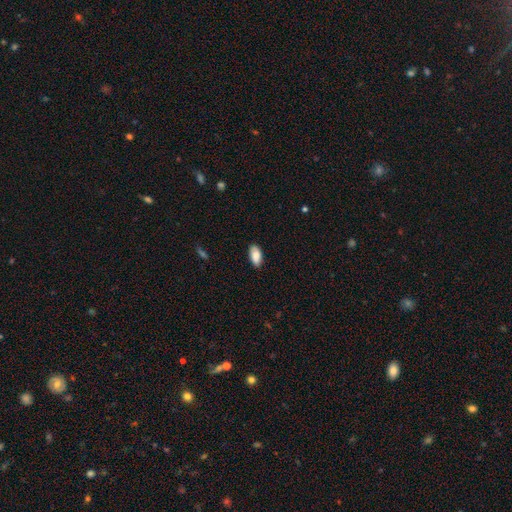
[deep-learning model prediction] Smooth or featured? Predicted: smooth (p=0.84). How rounded? Predicted: in between (p=0.93). Merging? Predicted: none (p=0.85).